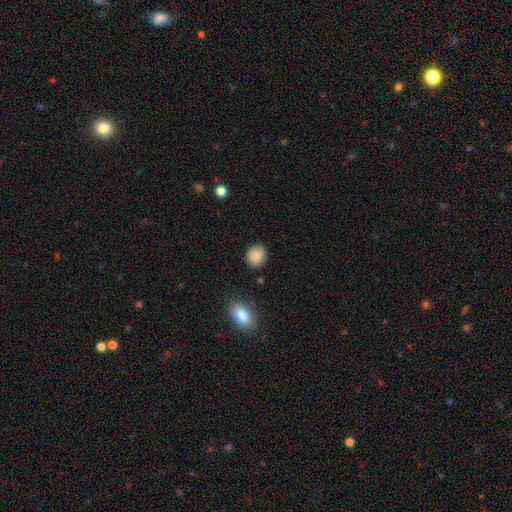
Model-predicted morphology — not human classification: A smooth galaxy with no disk features (88%) that is round (69%). Merging: none (82%).